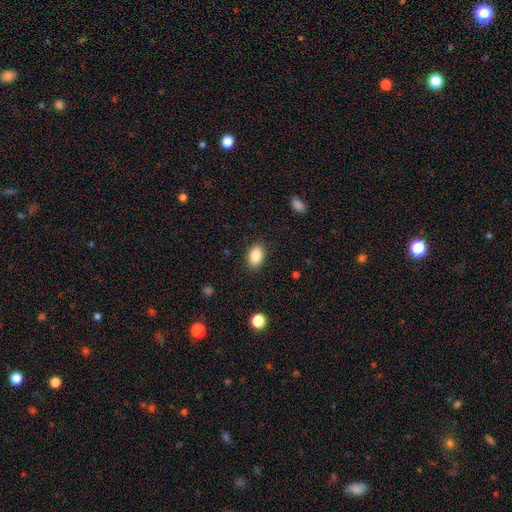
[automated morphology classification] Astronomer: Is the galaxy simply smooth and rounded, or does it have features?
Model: smooth — 86%.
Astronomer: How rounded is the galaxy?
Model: in between — 87%.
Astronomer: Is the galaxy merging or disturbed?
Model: none — 88%.